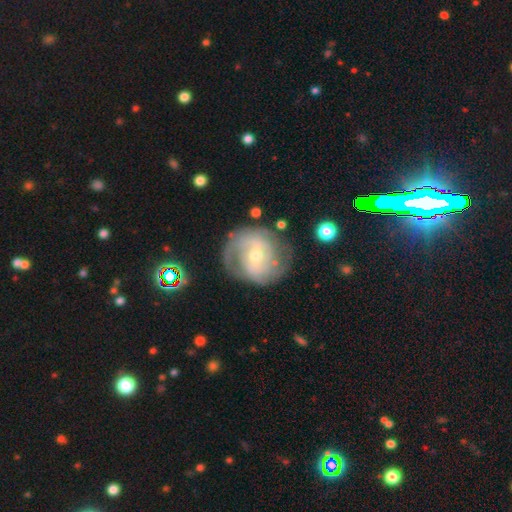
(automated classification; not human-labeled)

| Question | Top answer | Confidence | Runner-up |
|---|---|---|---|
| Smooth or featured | featured or disk | 75% | smooth (18%) |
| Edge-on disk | no | 97% | yes (3%) |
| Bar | weak | 43% | no (42%) |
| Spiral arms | yes | 85% | no (15%) |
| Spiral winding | tight | 48% | medium (37%) |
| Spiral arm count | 2 | 54% | can't tell (27%) |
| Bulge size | moderate | 54% | small (41%) |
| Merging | none | 71% | minor disturbance (17%) |